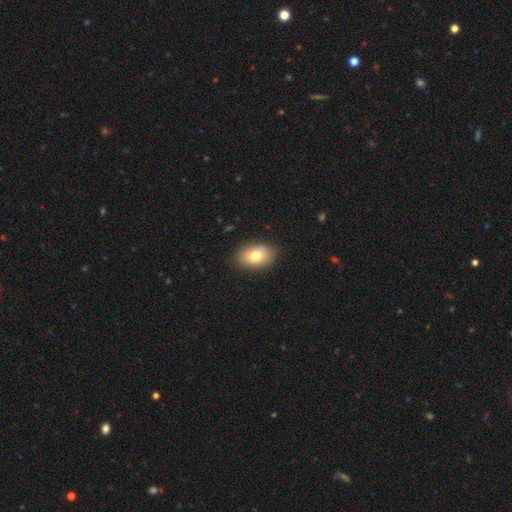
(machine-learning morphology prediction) This appears to be a smooth galaxy with no disk features (77%) that is in between round and cigar-shaped (83%). Merging: none (87%).